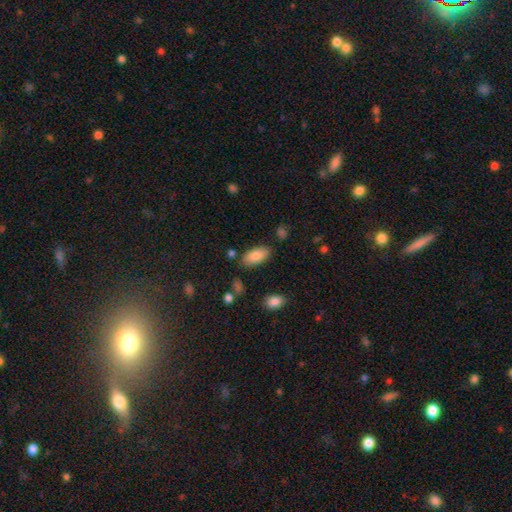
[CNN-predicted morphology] This is clearly a smooth galaxy (82%). How rounded: clearly in between (91%). Merging: likely none (80%).